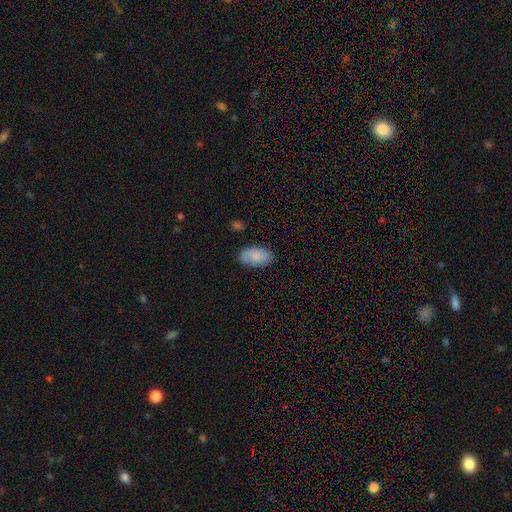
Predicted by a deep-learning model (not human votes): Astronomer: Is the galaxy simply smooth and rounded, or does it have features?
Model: smooth — 84%.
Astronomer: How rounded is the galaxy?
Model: in between — 94%.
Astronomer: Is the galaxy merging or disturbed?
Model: none — 82%.